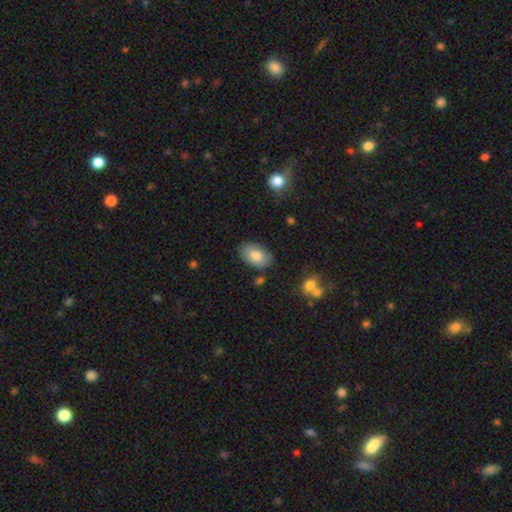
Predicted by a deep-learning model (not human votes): Smooth or featured: smooth — 81% (featured or disk — 13%)
How rounded: in between — 92% (round — 7%)
Merging: none — 81% (minor disturbance — 14%)